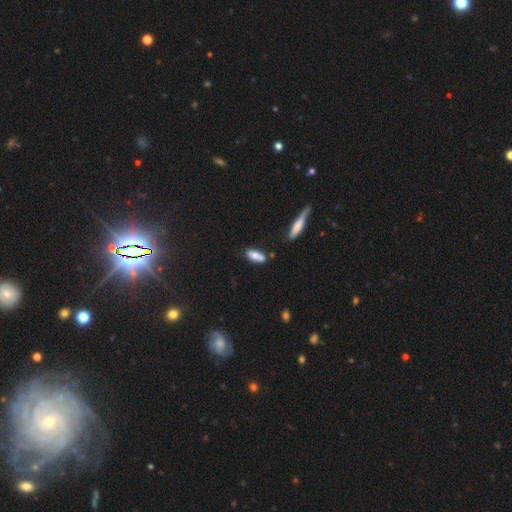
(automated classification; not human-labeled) The model was most divided on "how rounded": in between: 68%, cigar-shaped: 29%, round: 3%. More confident: smooth or featured — smooth (72%); merging — none (61%).